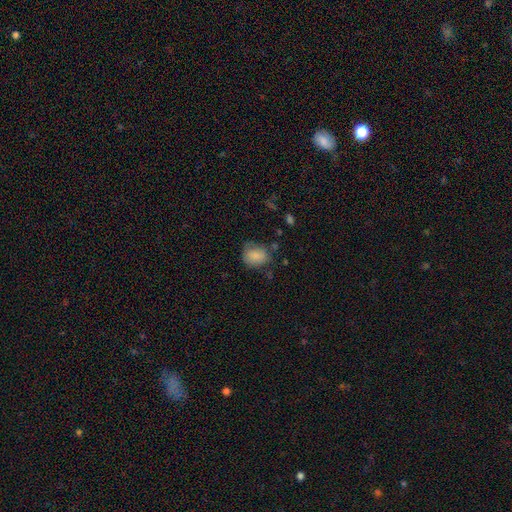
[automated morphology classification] Q: Smooth or featured?
A: smooth (82%); runner-up: featured or disk (10%)
Q: How rounded?
A: round (53%); runner-up: in between (46%)
Q: Merging?
A: none (56%); runner-up: minor disturbance (30%)